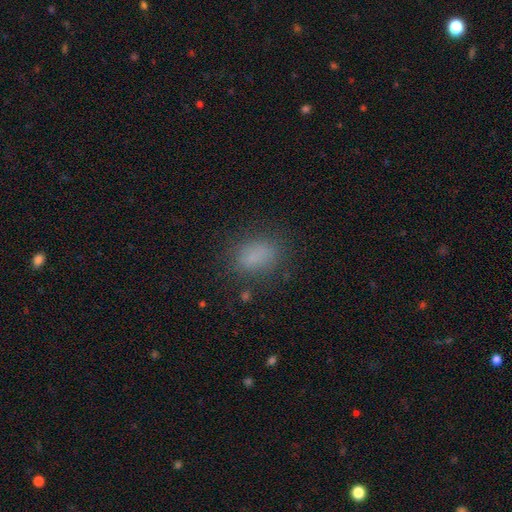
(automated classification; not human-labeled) A smooth galaxy with no disk features (80%) that is in between round and cigar-shaped (68%). Merging: none (78%).